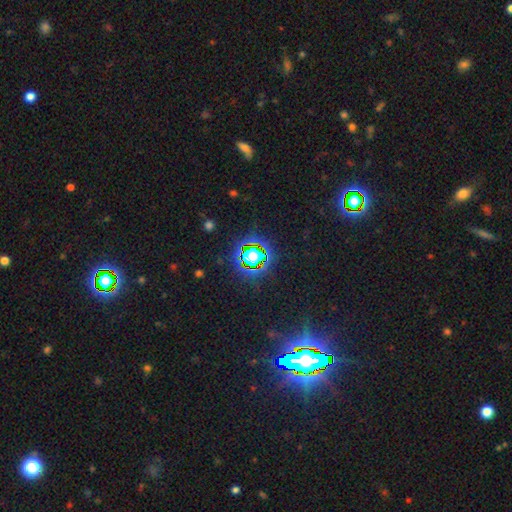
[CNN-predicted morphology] Smooth or featured?
  - star or artifact: 83% *
  - smooth: 10%
  - featured or disk: 7%